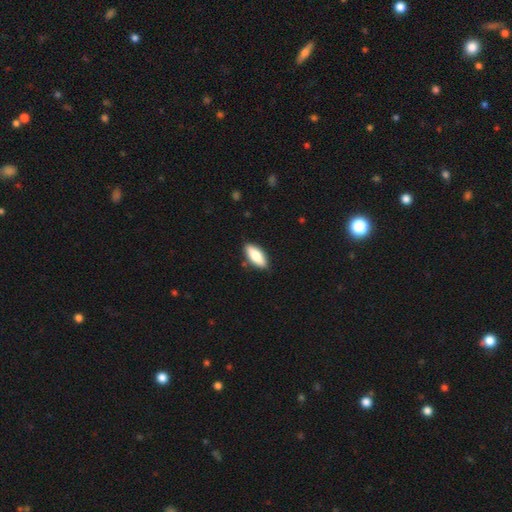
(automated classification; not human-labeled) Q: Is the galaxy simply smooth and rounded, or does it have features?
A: smooth — 77%.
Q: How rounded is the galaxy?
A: in between — 78%.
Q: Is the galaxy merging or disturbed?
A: none — 87%.